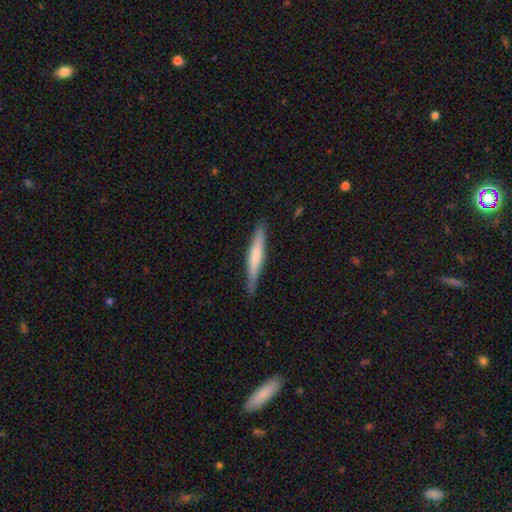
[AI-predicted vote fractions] Smooth or featured: smooth — 61% (featured or disk — 34%)
How rounded: cigar-shaped — 94% (in between — 5%)
Merging: none — 84% (minor disturbance — 13%)